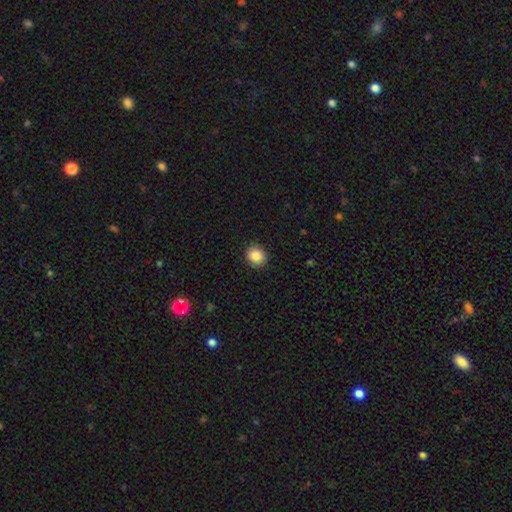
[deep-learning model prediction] A smooth galaxy with no disk features (87%) that is round (79%).

Vote fractions:
- Smooth or featured? smooth: 87% / star or artifact: 9% / featured or disk: 5%
- How rounded? round: 79% / in between: 20% / cigar-shaped: 1%
- Merging? none: 91% / minor disturbance: 7% / major disturbance: 2% / merger: 1%